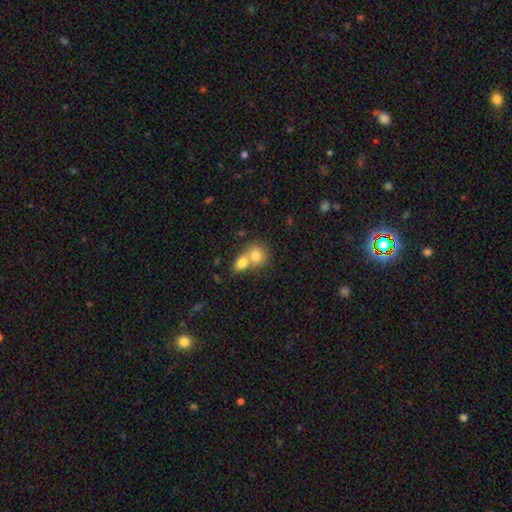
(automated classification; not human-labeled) The model was most divided on "merging": merger: 63%, none: 28%, minor disturbance: 6%, major disturbance: 3%. More confident: smooth or featured — smooth (77%); how rounded — round (69%).